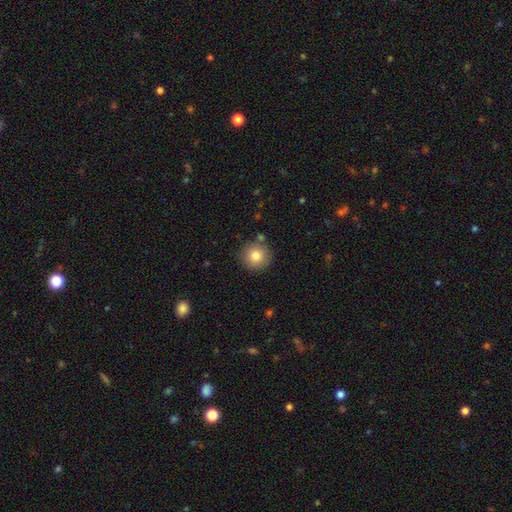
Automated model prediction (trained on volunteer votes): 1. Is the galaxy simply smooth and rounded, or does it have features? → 82% smooth, 9% star or artifact, 9% featured or disk.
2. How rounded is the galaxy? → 93% round, 6% in between, 1% cigar-shaped.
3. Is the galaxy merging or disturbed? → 84% none, 9% minor disturbance, 5% merger, 2% major disturbance.